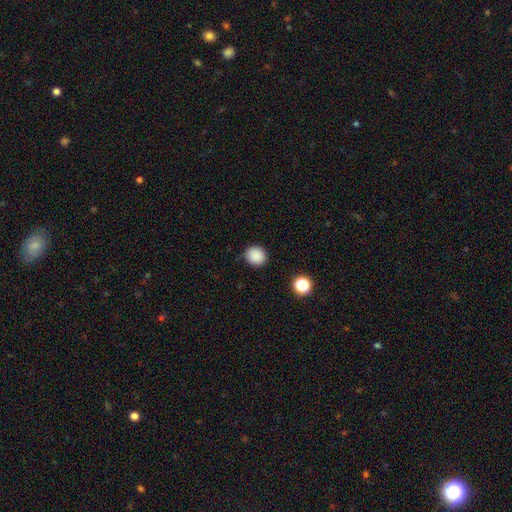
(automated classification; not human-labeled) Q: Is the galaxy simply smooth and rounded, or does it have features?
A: smooth — 87%.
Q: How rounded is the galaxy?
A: round — 83%.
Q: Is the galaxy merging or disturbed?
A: none — 88%.